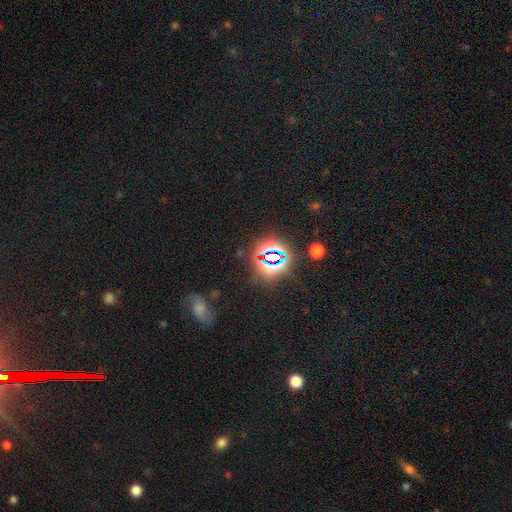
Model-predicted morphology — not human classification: Smooth or featured? Predicted: star or artifact (p=0.76).